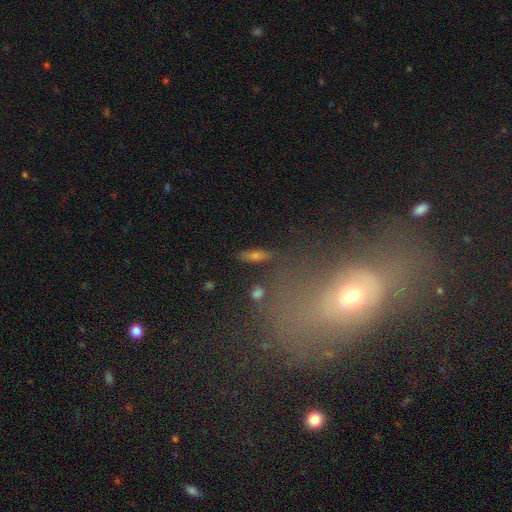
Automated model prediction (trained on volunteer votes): A smooth galaxy with no disk features (58%) that is in between round and cigar-shaped (47%). Merging: none (80%).